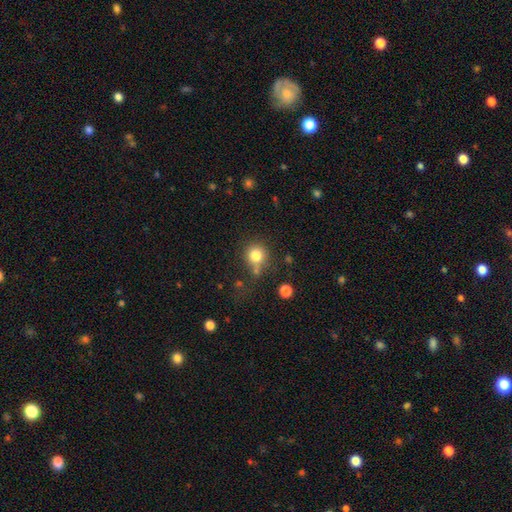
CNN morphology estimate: Smooth or featured? Predicted: smooth (p=0.81). How rounded? Predicted: round (p=0.90). Merging? Predicted: none (p=0.65).